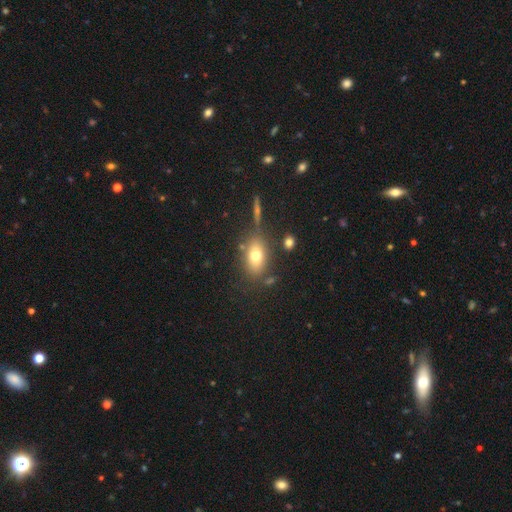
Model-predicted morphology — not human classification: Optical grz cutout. It shows a smooth galaxy with no disk features (73%) that is in between round and cigar-shaped (82%). Merging: none (75%).